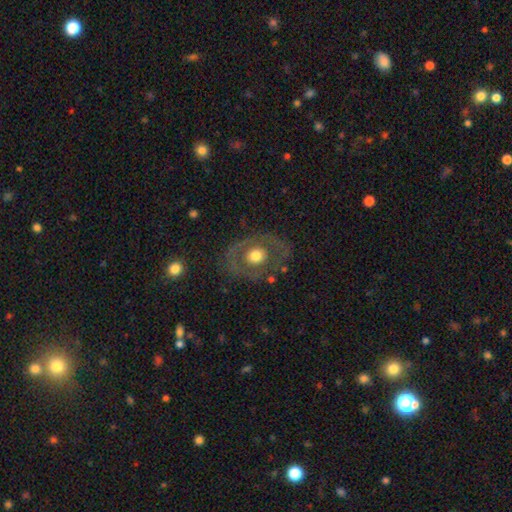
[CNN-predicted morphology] This appears to be a featured or disk galaxy (51%). Merging: none (74%).